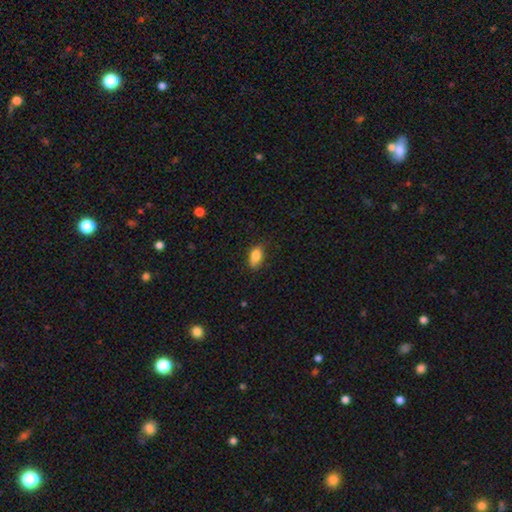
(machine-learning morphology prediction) Smooth or featured? Predicted: smooth (p=0.84). How rounded? Predicted: in between (p=0.87). Merging? Predicted: none (p=0.75).